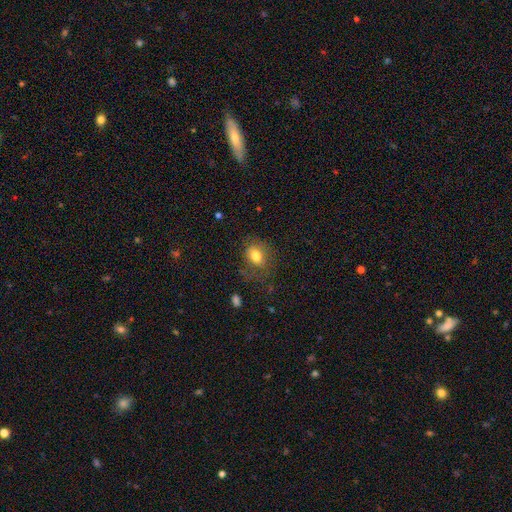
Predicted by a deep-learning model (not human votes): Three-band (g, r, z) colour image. It shows a smooth galaxy with no disk features (75%) that is in between round and cigar-shaped (69%). Merging: none (60%).